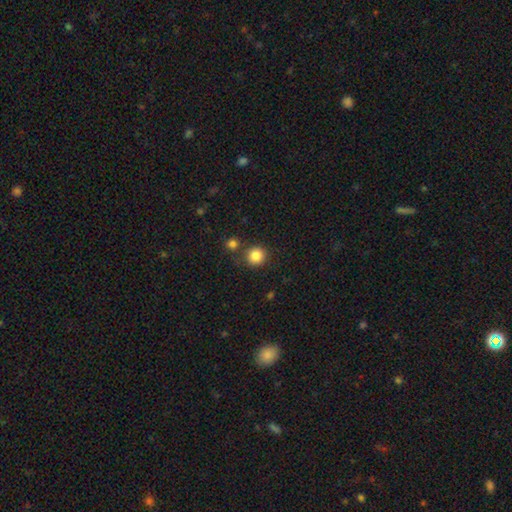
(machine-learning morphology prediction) Smooth or featured?
  - smooth: 85% *
  - star or artifact: 11%
  - featured or disk: 4%
How rounded?
  - round: 92% *
  - in between: 7%
  - cigar-shaped: 1%
Merging?
  - none: 82% *
  - minor disturbance: 8%
  - merger: 8%
  - major disturbance: 3%